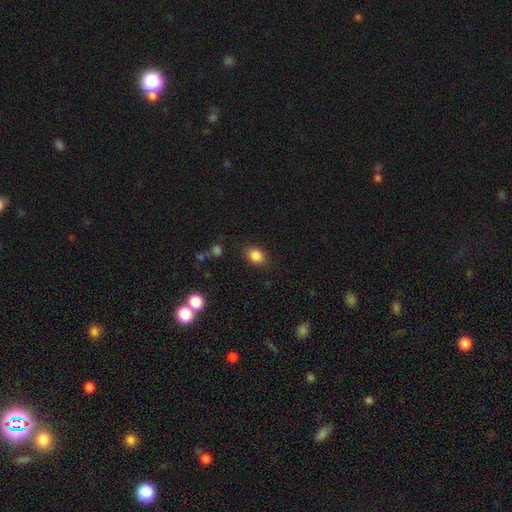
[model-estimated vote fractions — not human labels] Q: Smooth or featured?
A: smooth (85%); runner-up: star or artifact (10%)
Q: How rounded?
A: in between (70%); runner-up: round (29%)
Q: Merging?
A: none (84%); runner-up: minor disturbance (11%)